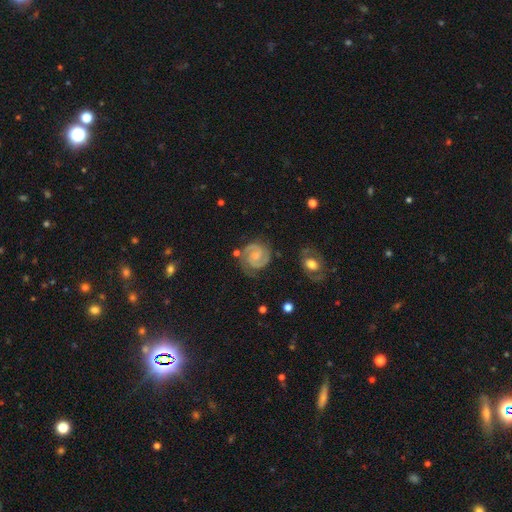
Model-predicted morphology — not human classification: The model was most divided on "bar": no: 53%, weak: 38%, strong: 9%. Remaining: edge-on disk — no (98%); spiral arms — yes (98%); spiral arm count — 2 (91%); smooth or featured — featured or disk (88%); merging — none (77%); spiral winding — tight (55%); bulge size — small (45%).